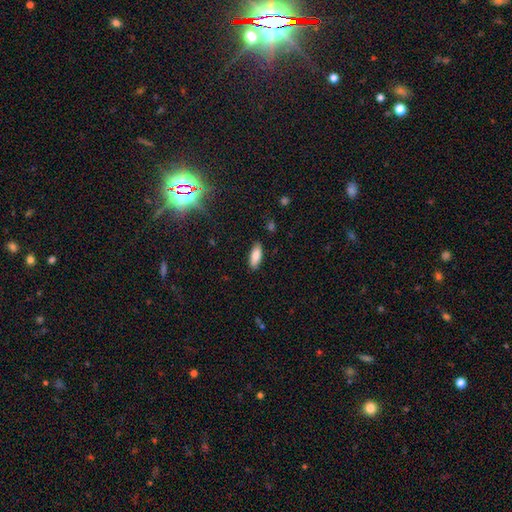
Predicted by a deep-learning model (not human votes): Q: Smooth or featured?
A: smooth (84%); runner-up: featured or disk (9%)
Q: How rounded?
A: in between (78%); runner-up: cigar-shaped (20%)
Q: Merging?
A: none (87%); runner-up: minor disturbance (10%)